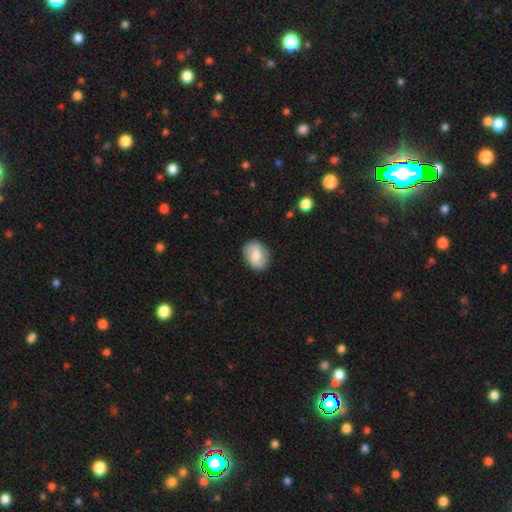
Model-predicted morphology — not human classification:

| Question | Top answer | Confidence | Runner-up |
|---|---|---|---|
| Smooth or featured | smooth | 75% | featured or disk (19%) |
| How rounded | in between | 65% | round (33%) |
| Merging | none | 84% | minor disturbance (12%) |